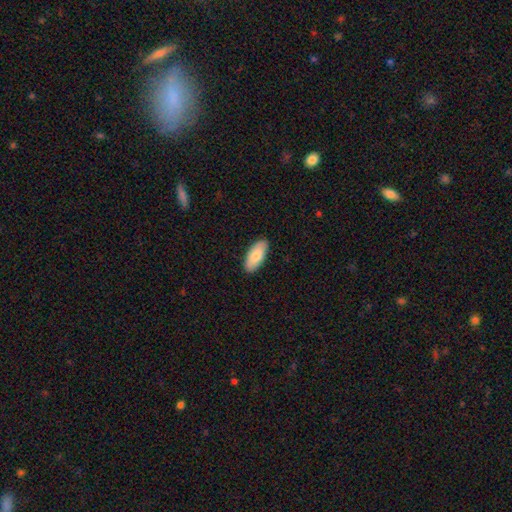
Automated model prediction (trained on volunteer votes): A smooth galaxy with no disk features (82%) that is in between round and cigar-shaped (88%). Merging: none (89%).